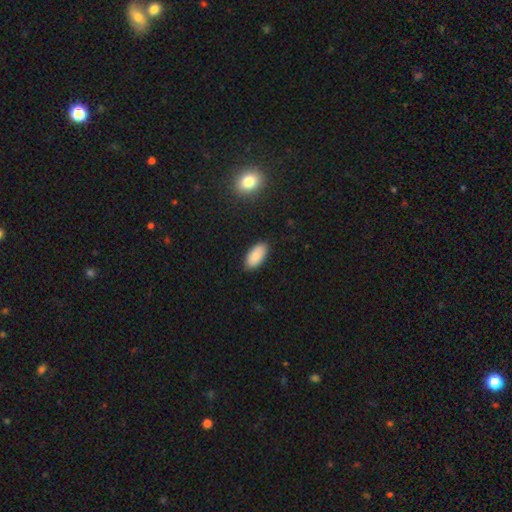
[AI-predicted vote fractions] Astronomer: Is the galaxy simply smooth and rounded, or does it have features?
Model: smooth — 88%.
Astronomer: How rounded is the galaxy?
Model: in between — 94%.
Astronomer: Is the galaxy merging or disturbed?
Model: none — 87%.